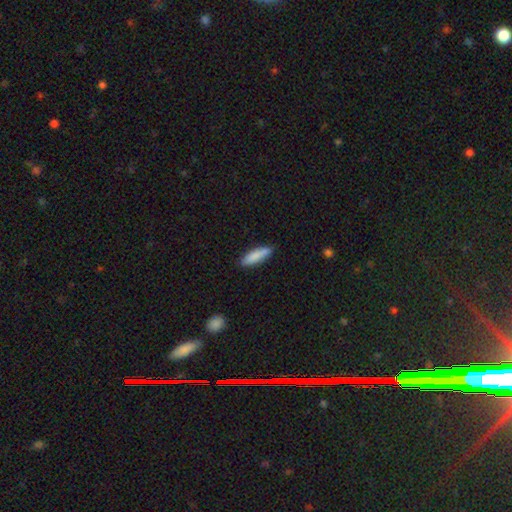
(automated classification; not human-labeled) smooth 86%, featured or disk 8%, star or artifact 6%. Down the decision tree: how rounded — cigar-shaped (64%); merging — none (85%).